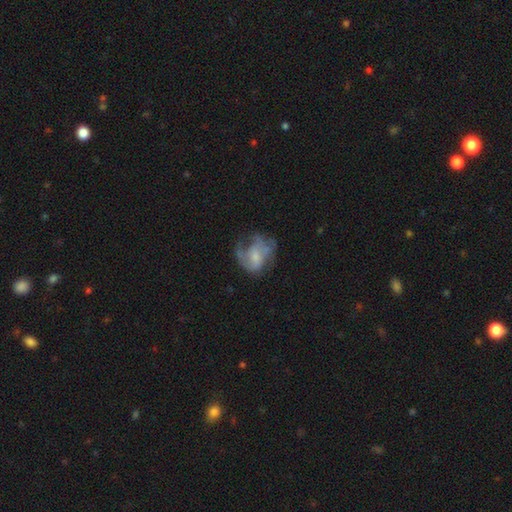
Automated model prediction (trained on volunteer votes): Smooth or featured? Predicted: featured or disk (p=0.61). Edge-on disk? Predicted: no (p=0.98). Bar? Predicted: no (p=0.62). Spiral arms? Predicted: yes (p=0.67). Bulge size? Predicted: small (p=0.47). Merging? Predicted: none (p=0.41).